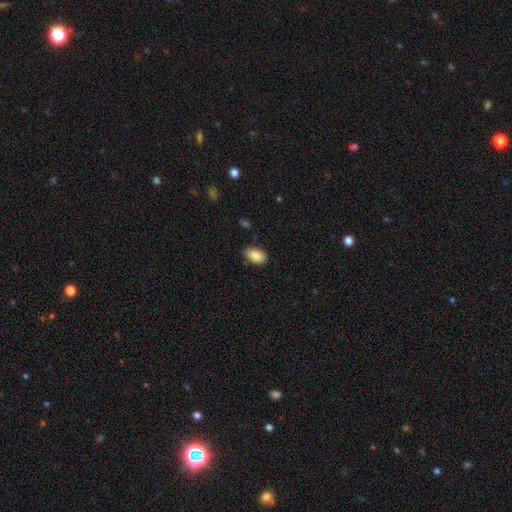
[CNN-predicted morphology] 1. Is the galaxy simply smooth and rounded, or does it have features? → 87% smooth, 7% star or artifact, 6% featured or disk.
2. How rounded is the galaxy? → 93% in between, 5% round, 1% cigar-shaped.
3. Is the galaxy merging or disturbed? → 86% none, 11% minor disturbance, 2% major disturbance, 2% merger.